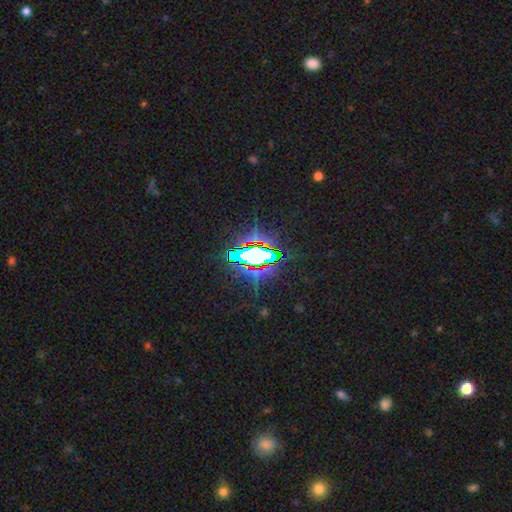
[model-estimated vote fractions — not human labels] Overall: star or artifact (74%).